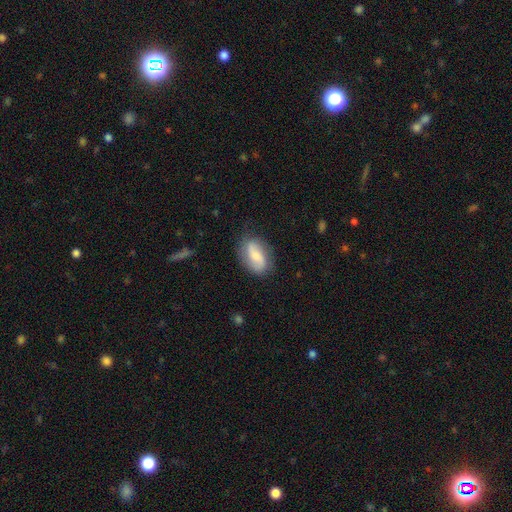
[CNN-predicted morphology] Smooth or featured: featured or disk — 49% (smooth — 44%)
Merging: none — 75% (minor disturbance — 18%)